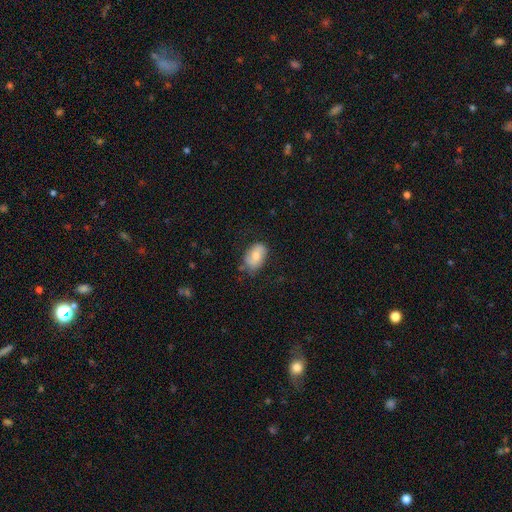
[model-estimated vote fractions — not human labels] smooth 67%, featured or disk 26%, star or artifact 7%. Down the decision tree: how rounded — in between (89%); merging — none (68%).